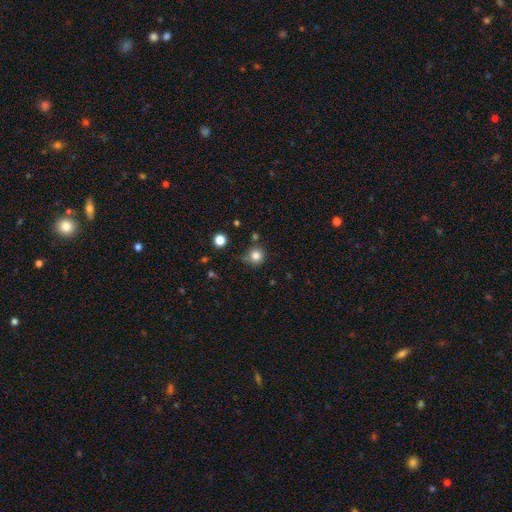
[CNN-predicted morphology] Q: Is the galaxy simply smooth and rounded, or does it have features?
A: smooth — 82%.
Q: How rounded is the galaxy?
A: round — 93%.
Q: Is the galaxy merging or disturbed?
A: none — 74%.